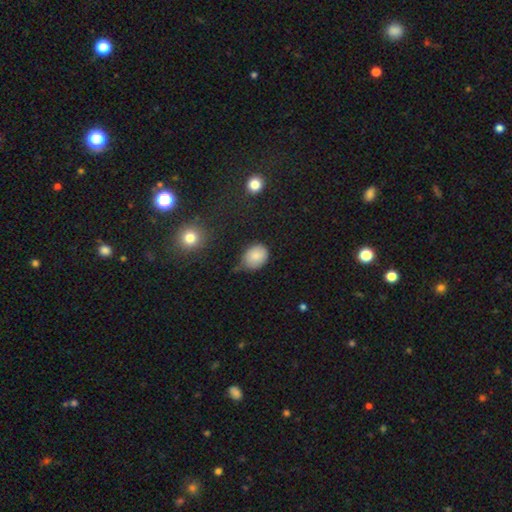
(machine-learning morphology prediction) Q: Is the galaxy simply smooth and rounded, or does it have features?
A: smooth — 84%.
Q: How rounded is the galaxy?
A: round — 52%.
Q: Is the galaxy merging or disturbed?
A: none — 57%.